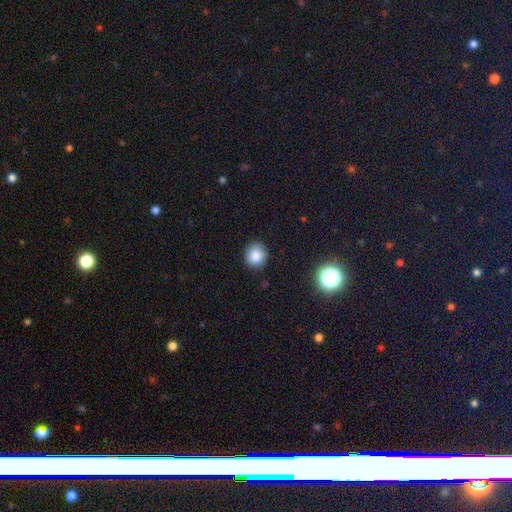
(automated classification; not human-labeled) A smooth galaxy with no disk features (85%) that is round (81%).

Vote fractions:
- Smooth or featured? smooth: 85% / star or artifact: 10% / featured or disk: 5%
- How rounded? round: 81% / in between: 18% / cigar-shaped: 1%
- Merging? none: 86% / minor disturbance: 10% / major disturbance: 2% / merger: 1%